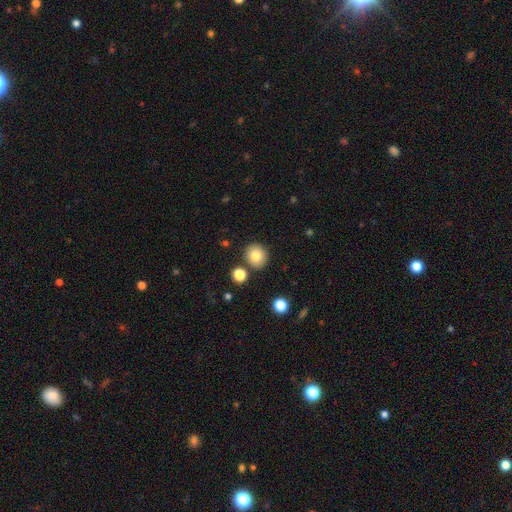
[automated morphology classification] type=smooth (82%); roundness=round (84%); merging=none (86%).